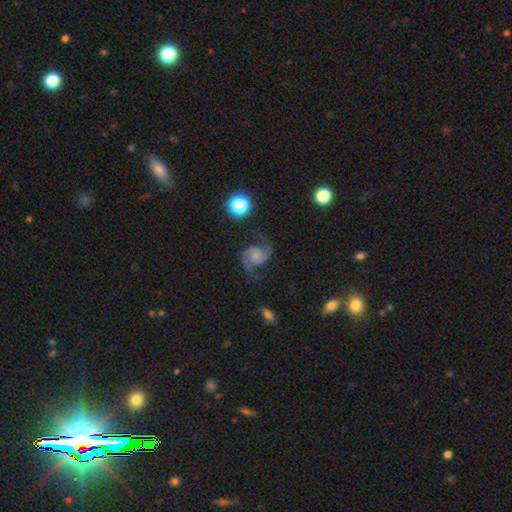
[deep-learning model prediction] Smooth or featured?
  - featured or disk: 88% *
  - star or artifact: 6%
  - smooth: 6%
Edge-on disk?
  - no: 98% *
  - yes: 2%
Bar?
  - no: 64% *
  - weak: 30%
  - strong: 6%
Spiral arms?
  - yes: 98% *
  - no: 2%
Spiral winding?
  - medium: 53% *
  - loose: 33%
  - tight: 13%
Spiral arm count?
  - 2: 94% *
  - can't tell: 2%
  - 1: 1%
  - 3: 1%
  - 4: 1%
  - more than 4: 1%
Bulge size?
  - small: 39% *
  - none: 29%
  - moderate: 24%
  - large: 6%
  - dominant: 2%
Merging?
  - none: 73% *
  - minor disturbance: 16%
  - major disturbance: 9%
  - merger: 2%